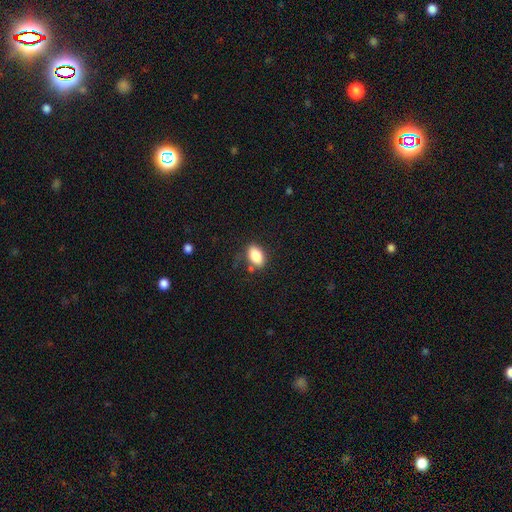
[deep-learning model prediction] A smooth galaxy with no disk features (84%) that is in between round and cigar-shaped (89%). Merging: none (73%).